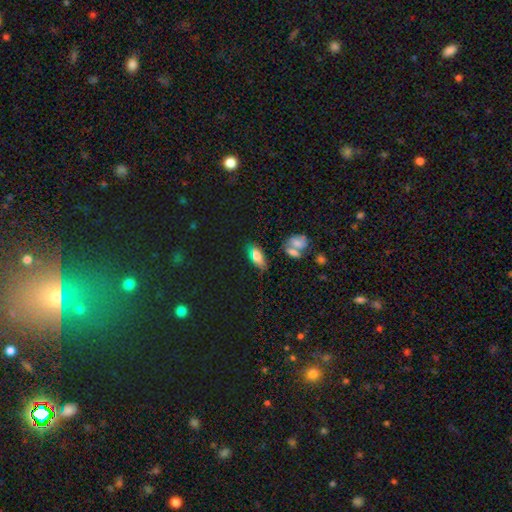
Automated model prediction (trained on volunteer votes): Smooth or featured: smooth — 64% (star or artifact — 22%)
How rounded: in between — 80% (cigar-shaped — 12%)
Merging: none — 69% (minor disturbance — 16%)